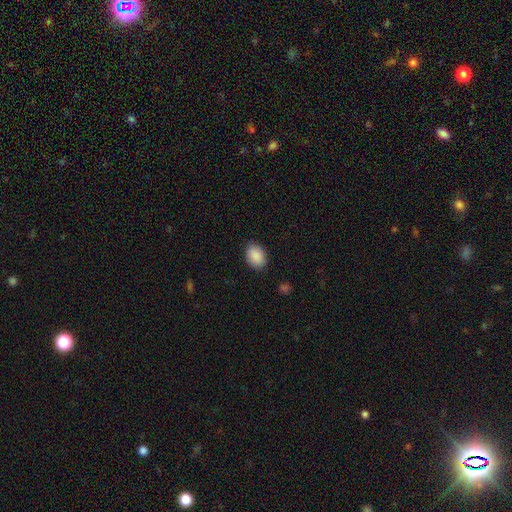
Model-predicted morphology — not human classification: Smooth or featured?
  - smooth: 90% *
  - star or artifact: 7%
  - featured or disk: 3%
How rounded?
  - in between: 78% *
  - round: 21%
  - cigar-shaped: 1%
Merging?
  - none: 87% *
  - minor disturbance: 9%
  - major disturbance: 2%
  - merger: 1%